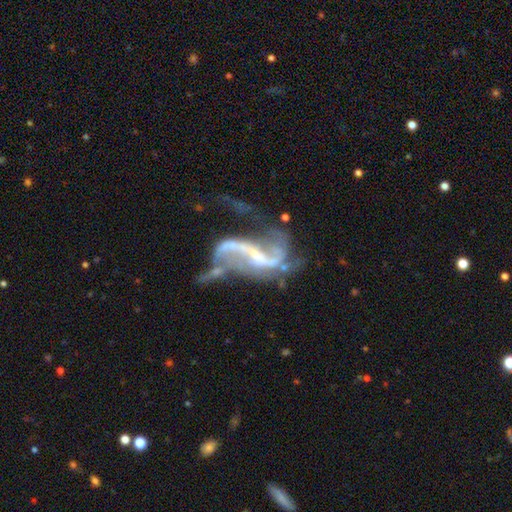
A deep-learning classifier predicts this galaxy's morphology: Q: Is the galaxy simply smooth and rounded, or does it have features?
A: featured or disk — 87%.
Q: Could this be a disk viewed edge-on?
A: no — 96%.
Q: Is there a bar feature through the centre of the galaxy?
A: strong — 40%.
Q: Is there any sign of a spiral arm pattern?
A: yes — 91%.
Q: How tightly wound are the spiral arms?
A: loose — 80%.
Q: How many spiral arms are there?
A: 2 — 79%.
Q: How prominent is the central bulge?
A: small — 52%.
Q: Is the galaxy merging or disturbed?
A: major disturbance — 37%.